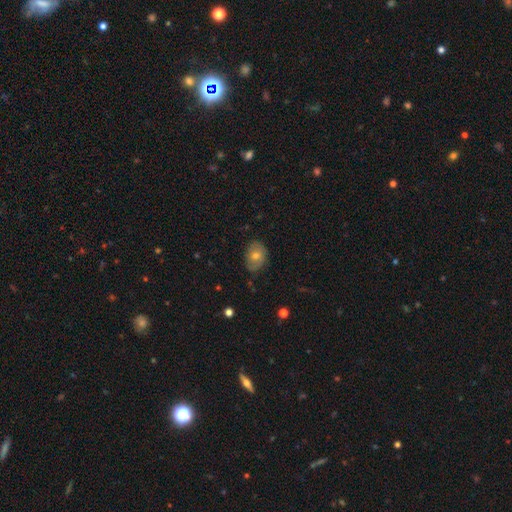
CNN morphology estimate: A smooth galaxy with no disk features (55%) that is in between round and cigar-shaped (66%).

Vote fractions:
- Smooth or featured? smooth: 55% / featured or disk: 34% / star or artifact: 11%
- How rounded? in between: 66% / round: 33% / cigar-shaped: 1%
- Merging? none: 73% / minor disturbance: 21% / major disturbance: 5% / merger: 1%